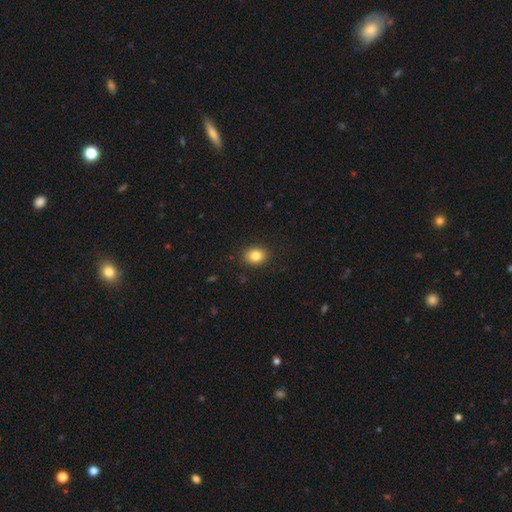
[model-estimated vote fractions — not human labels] smooth-or-featured: smooth: 84% | star or artifact: 10% | featured or disk: 7%
  how-rounded: round: 50% | in between: 49% | cigar-shaped: 1%
  merging: none: 90% | minor disturbance: 7% | major disturbance: 2% | merger: 1%